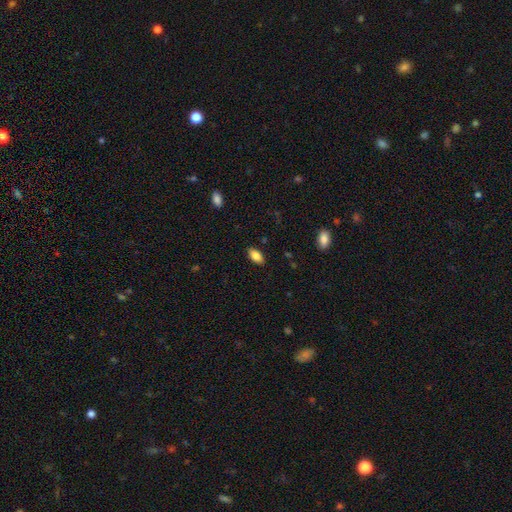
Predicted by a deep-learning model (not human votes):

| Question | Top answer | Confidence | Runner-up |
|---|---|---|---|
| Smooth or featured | smooth | 86% | star or artifact (8%) |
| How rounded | in between | 93% | round (4%) |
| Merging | none | 87% | minor disturbance (10%) |